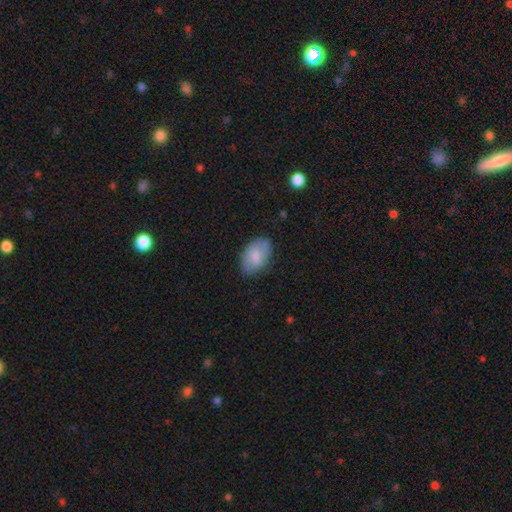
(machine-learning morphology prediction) Smooth or featured? Predicted: smooth (p=0.79). How rounded? Predicted: in between (p=0.91). Merging? Predicted: none (p=0.76).